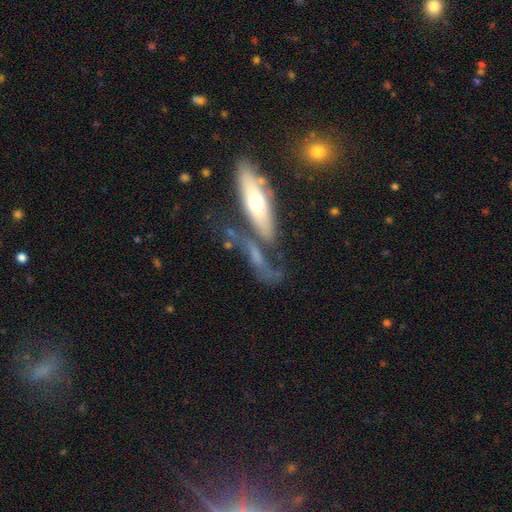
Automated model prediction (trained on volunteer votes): Smooth or featured: featured or disk — 58% (smooth — 32%)
Edge-on disk: no — 53% (yes — 47%)
Merging: none — 34% (merger — 30%)